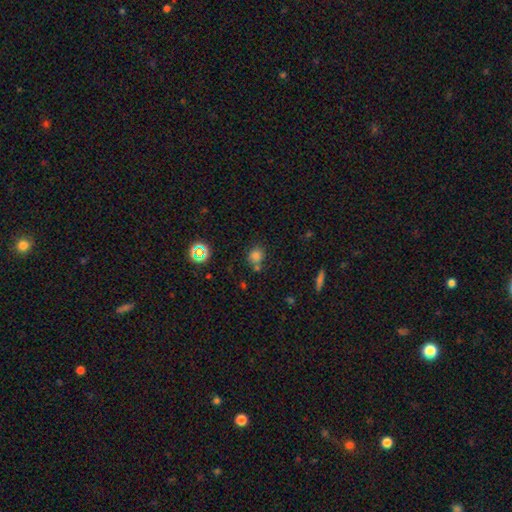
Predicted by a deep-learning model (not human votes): This appears to be a smooth galaxy with no disk features (75%) that is round (79%). Merging: none (63%).